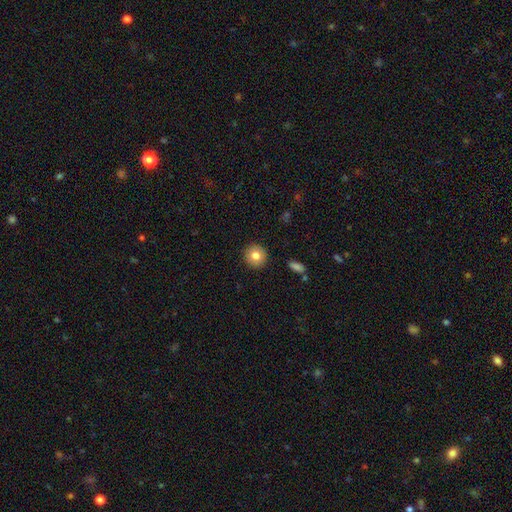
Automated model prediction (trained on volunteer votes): Smooth or featured?
  - smooth: 80% *
  - featured or disk: 11%
  - star or artifact: 9%
How rounded?
  - round: 93% *
  - in between: 6%
  - cigar-shaped: 1%
Merging?
  - none: 91% *
  - minor disturbance: 6%
  - major disturbance: 2%
  - merger: 1%